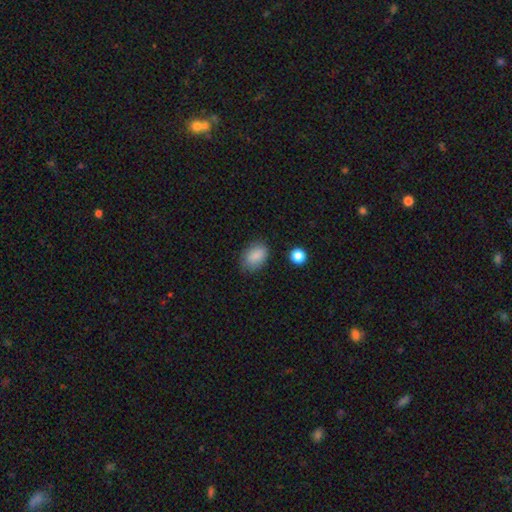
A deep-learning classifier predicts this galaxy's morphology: smooth_or_featured: smooth (p=0.87) [alt: star or artifact p=0.08]
how_rounded: in between (p=0.85) [alt: round p=0.13]
merging: none (p=0.77) [alt: minor disturbance p=0.17]